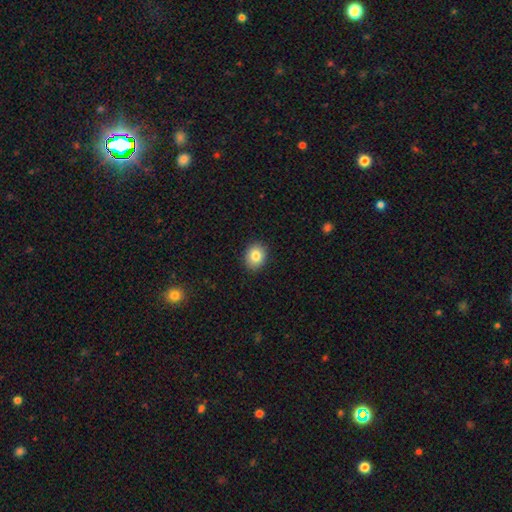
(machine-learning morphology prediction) A smooth galaxy with no disk features (83%) that is round (62%).

Vote fractions:
- Smooth or featured? smooth: 83% / star or artifact: 10% / featured or disk: 8%
- How rounded? round: 62% / in between: 37% / cigar-shaped: 1%
- Merging? none: 90% / minor disturbance: 7% / major disturbance: 2% / merger: 1%